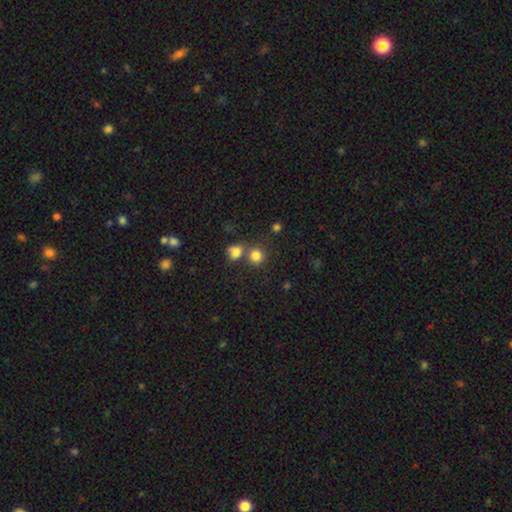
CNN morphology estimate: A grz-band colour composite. It shows a smooth galaxy with no disk features (81%) that is round (82%). Merging: none (57%).